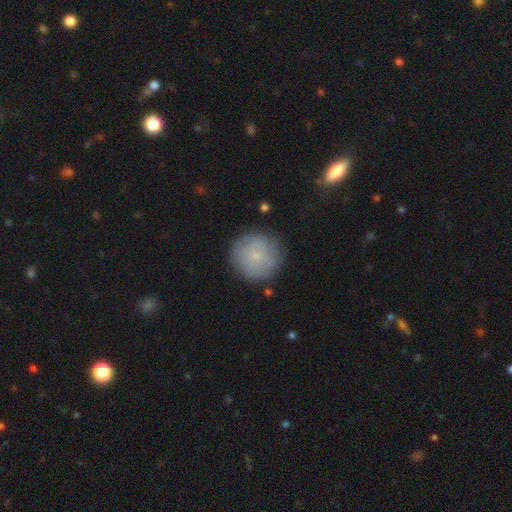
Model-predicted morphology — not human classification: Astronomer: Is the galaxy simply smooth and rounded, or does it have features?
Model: smooth — 68%.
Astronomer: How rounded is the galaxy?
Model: round — 93%.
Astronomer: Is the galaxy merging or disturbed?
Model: none — 81%.